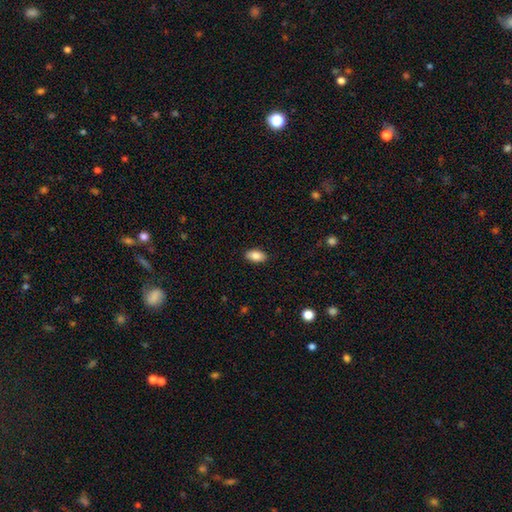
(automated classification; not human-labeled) Overall: smooth (85%). How rounded: in between (92%). Merging: none (89%).